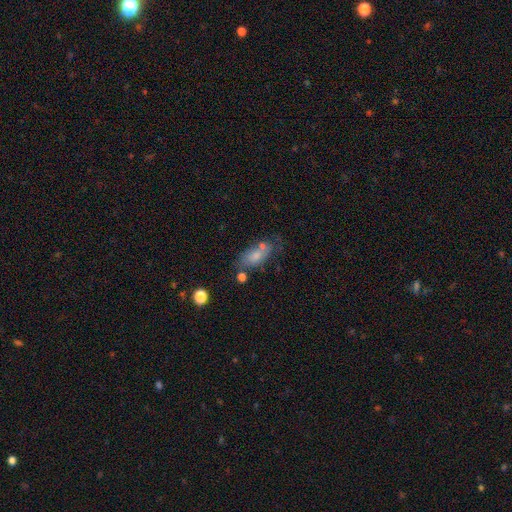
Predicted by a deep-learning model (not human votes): This is possibly a smooth galaxy (59%). How rounded: likely in between (75%). Merging: possibly none (55%).